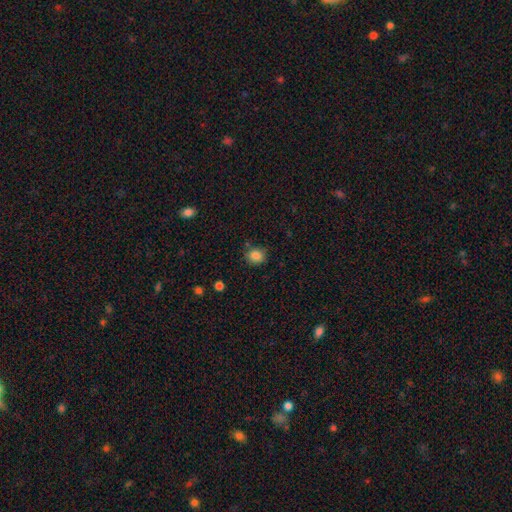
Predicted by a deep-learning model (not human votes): Smooth or featured: smooth — 85% (star or artifact — 11%)
How rounded: round — 76% (in between — 23%)
Merging: none — 80% (minor disturbance — 13%)